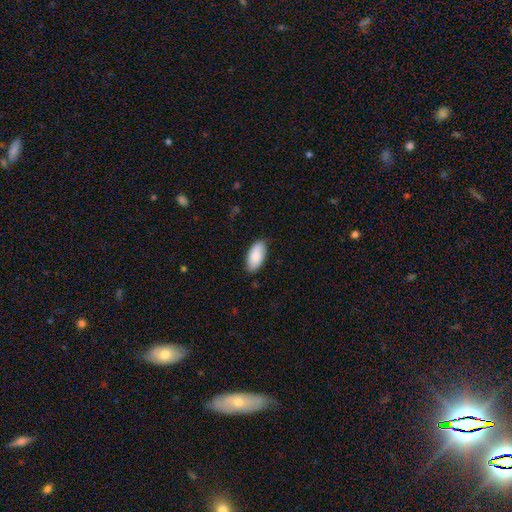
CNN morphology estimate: type=smooth (88%); roundness=in between (94%); merging=none (84%).